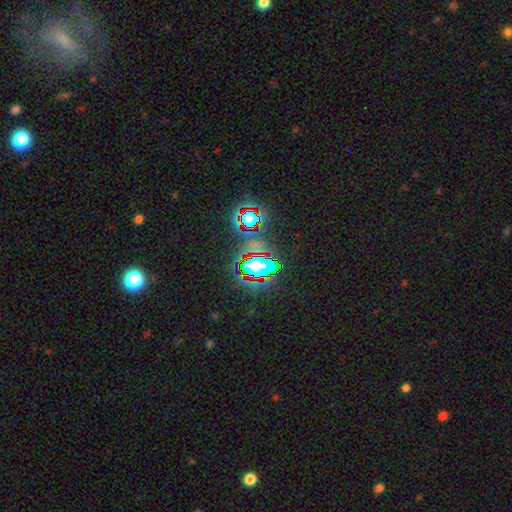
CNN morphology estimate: Smooth or featured: star or artifact — 80% (smooth — 11%)